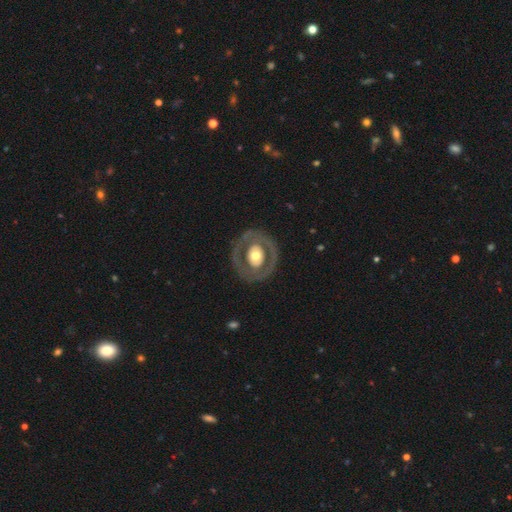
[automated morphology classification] This is likely a featured or disk galaxy (62%). It is clearly not viewed edge-on (94%). Bar: clearly no (81%). Spiral arm pattern: clearly no (82%). Central bulge: possibly moderate (58%). Merging: likely none (79%).